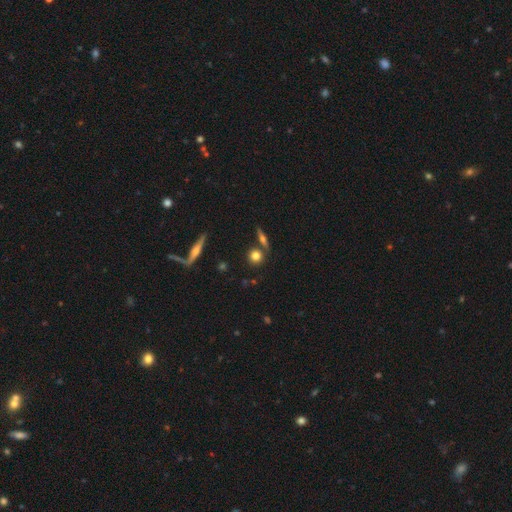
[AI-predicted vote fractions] Q: Smooth or featured?
A: smooth (77%); runner-up: featured or disk (13%)
Q: How rounded?
A: round (85%); runner-up: in between (11%)
Q: Merging?
A: none (75%); runner-up: merger (13%)